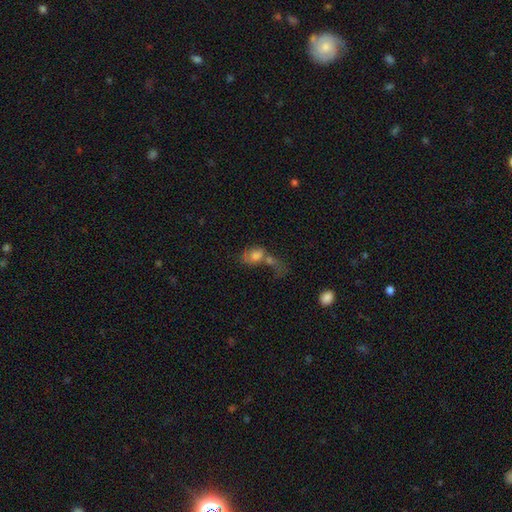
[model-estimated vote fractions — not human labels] smooth-or-featured: smooth: 66% | featured or disk: 23% | star or artifact: 11%
  how-rounded: in between: 72% | round: 26% | cigar-shaped: 2%
  merging: merger: 62% | major disturbance: 19% | none: 12% | minor disturbance: 7%